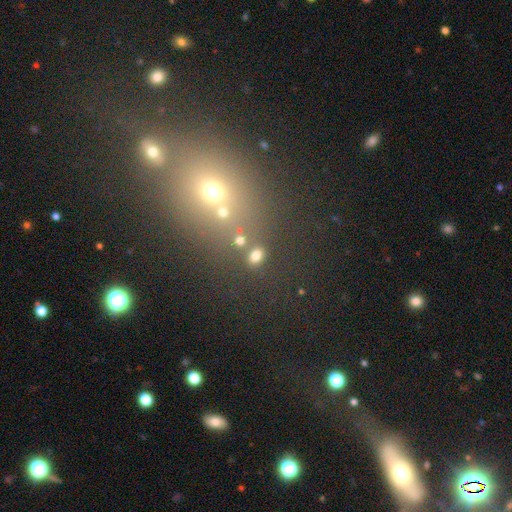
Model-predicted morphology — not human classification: Overall: smooth (74%). How rounded: in between (73%). Merging: none (75%).